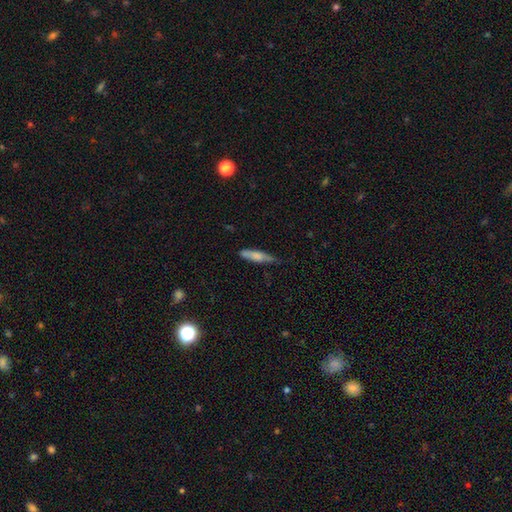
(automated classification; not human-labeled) This appears to be a smooth galaxy with no disk features (71%) that is cigar-shaped (75%). Merging: none (55%).